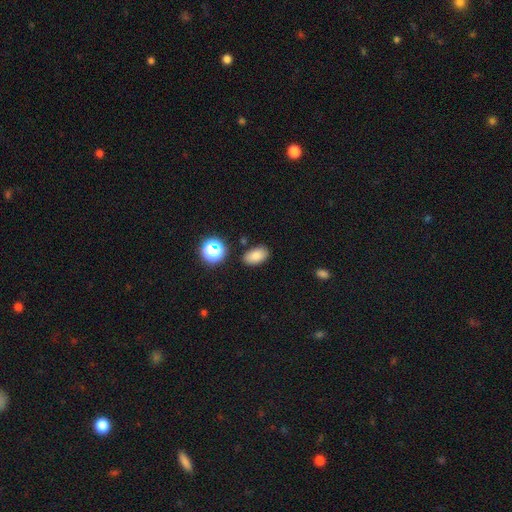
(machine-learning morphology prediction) Smooth or featured? Predicted: smooth (p=0.81). How rounded? Predicted: in between (p=0.90). Merging? Predicted: none (p=0.83).